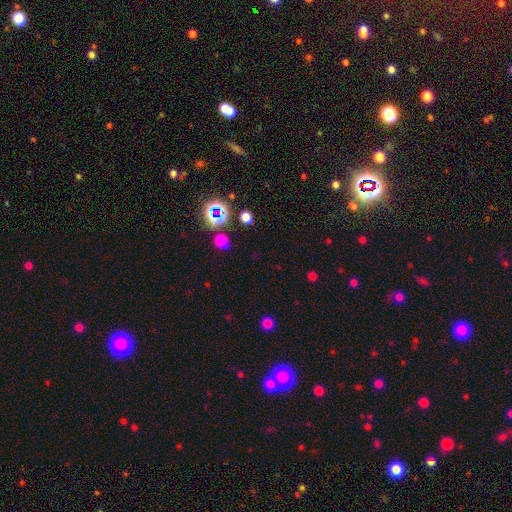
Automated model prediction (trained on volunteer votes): smooth_or_featured: star or artifact (p=0.48) [alt: smooth p=0.45]